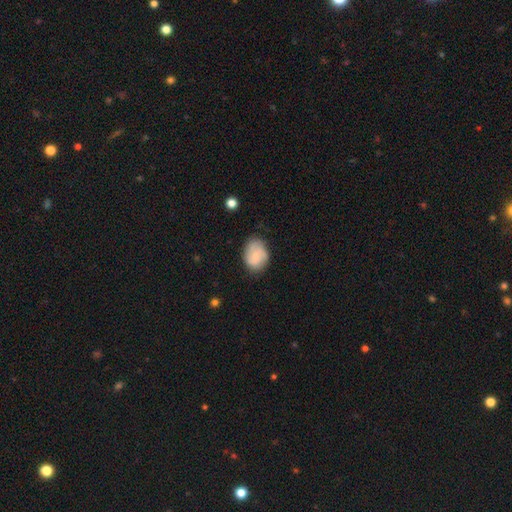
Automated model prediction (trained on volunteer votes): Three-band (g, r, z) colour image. It shows a smooth galaxy with no disk features (49%). Merging: none (68%).